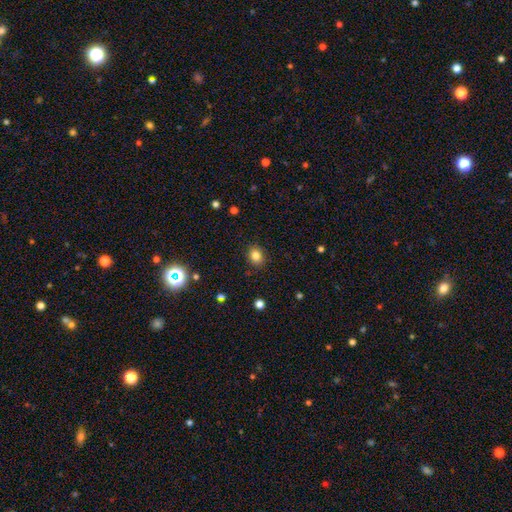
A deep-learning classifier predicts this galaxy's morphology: Smooth or featured? smooth (82%)
How rounded? round (59%)
Merging? none (89%)